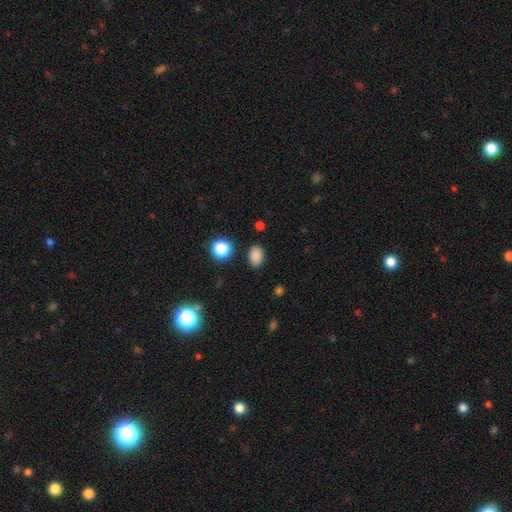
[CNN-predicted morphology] Overall: smooth (84%). How rounded: in between (76%). Merging: none (85%).